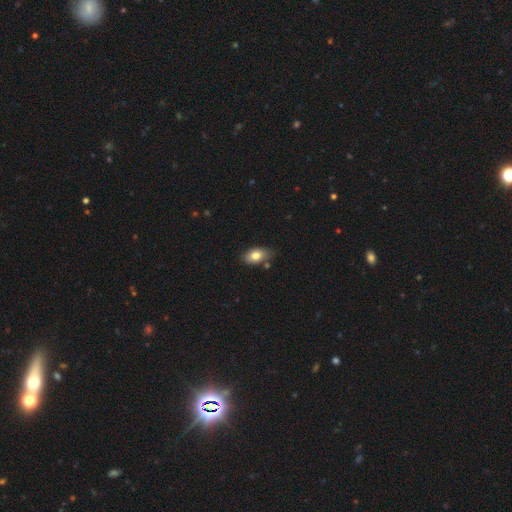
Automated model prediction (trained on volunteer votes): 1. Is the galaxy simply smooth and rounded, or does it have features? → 81% smooth, 12% featured or disk, 8% star or artifact.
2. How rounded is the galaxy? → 91% in between, 7% round, 3% cigar-shaped.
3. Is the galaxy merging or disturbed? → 76% none, 17% minor disturbance, 5% merger, 3% major disturbance.